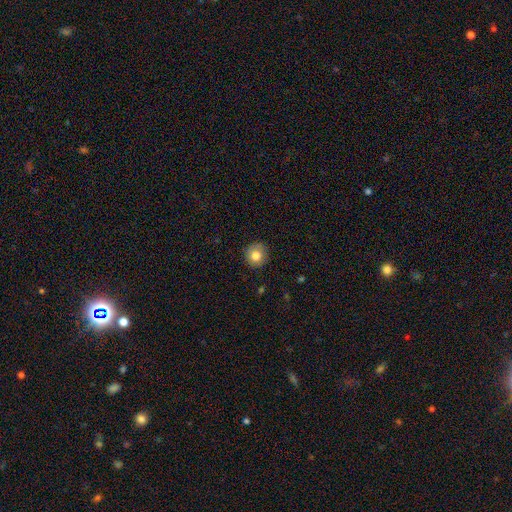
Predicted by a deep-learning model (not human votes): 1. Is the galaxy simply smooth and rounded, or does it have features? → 81% smooth, 10% featured or disk, 9% star or artifact.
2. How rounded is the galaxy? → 90% round, 9% in between, 1% cigar-shaped.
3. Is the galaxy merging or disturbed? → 87% none, 10% minor disturbance, 2% major disturbance, 1% merger.